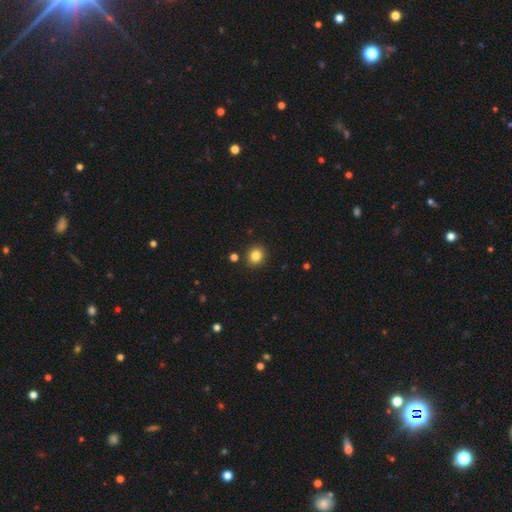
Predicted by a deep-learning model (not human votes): This is clearly a smooth galaxy (83%). How rounded: clearly round (86%). Merging: clearly none (89%).